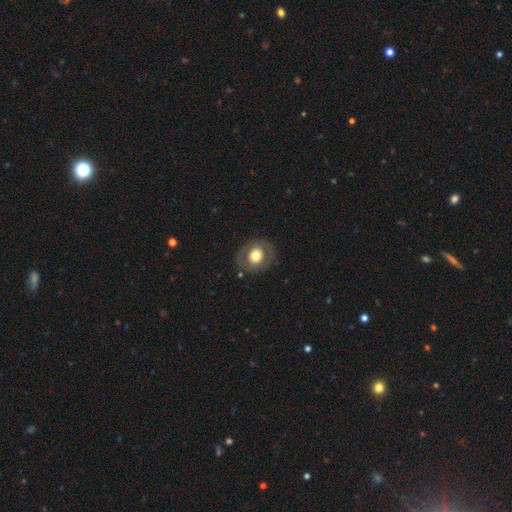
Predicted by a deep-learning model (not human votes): smooth-or-featured: smooth: 57% | featured or disk: 35% | star or artifact: 8%
  how-rounded: round: 70% | in between: 29% | cigar-shaped: 1%
  merging: none: 82% | minor disturbance: 11% | major disturbance: 6% | merger: 1%